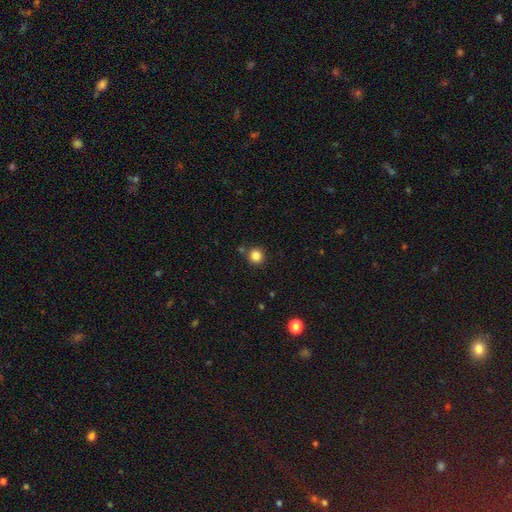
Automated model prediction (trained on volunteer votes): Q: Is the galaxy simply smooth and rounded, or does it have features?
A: smooth — 84%.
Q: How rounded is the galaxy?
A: round — 94%.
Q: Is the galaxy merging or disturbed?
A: none — 85%.